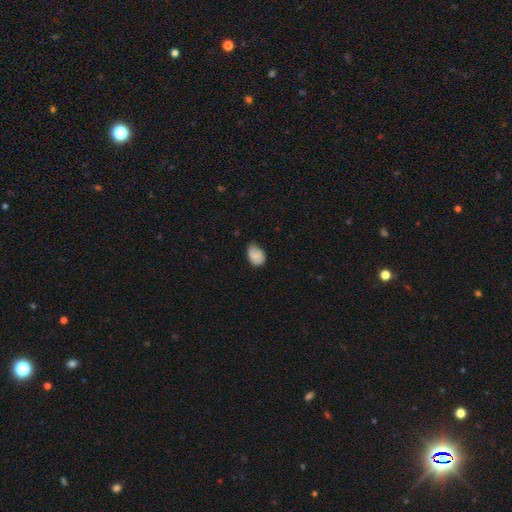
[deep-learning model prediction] Smooth or featured? smooth (83%)
How rounded? in between (70%)
Merging? none (51%)